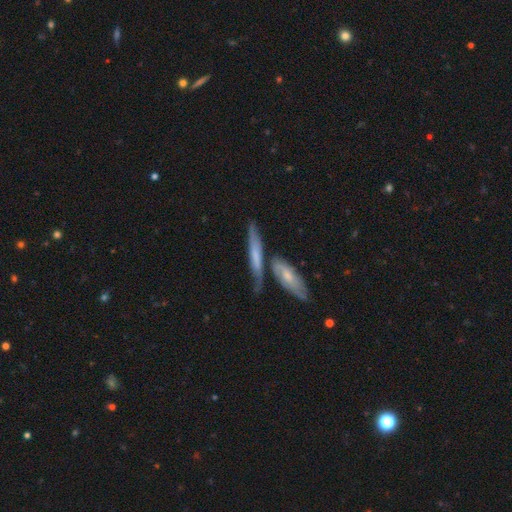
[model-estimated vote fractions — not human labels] Q: Smooth or featured?
A: smooth (47%); tied with: featured or disk (47%)
Q: Merging?
A: none (50%); runner-up: merger (29%)